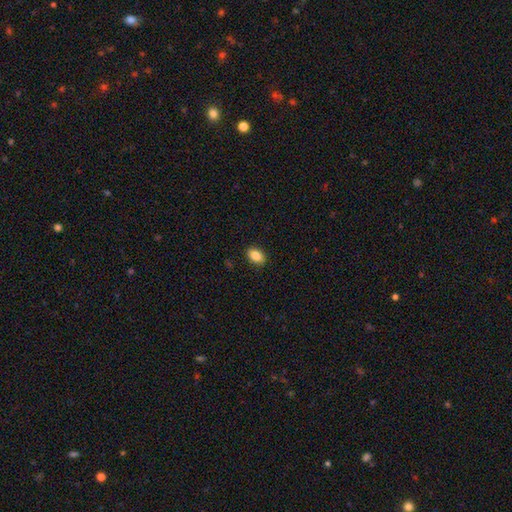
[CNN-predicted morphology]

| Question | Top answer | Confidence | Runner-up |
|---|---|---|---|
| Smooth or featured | smooth | 87% | star or artifact (8%) |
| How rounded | in between | 86% | round (12%) |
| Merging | none | 88% | minor disturbance (9%) |